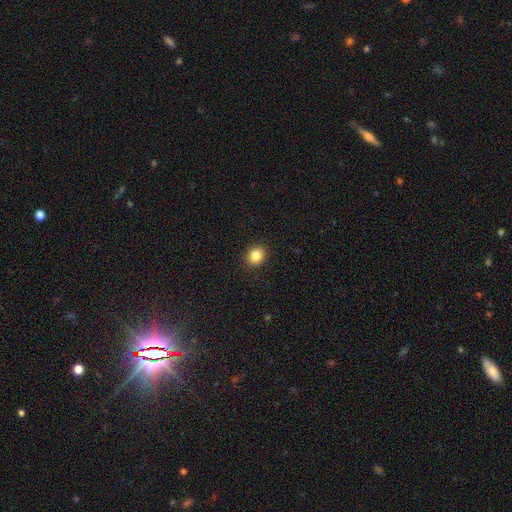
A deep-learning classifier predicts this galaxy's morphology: Q: Smooth or featured?
A: smooth (85%); runner-up: star or artifact (10%)
Q: How rounded?
A: round (69%); runner-up: in between (30%)
Q: Merging?
A: none (91%); runner-up: minor disturbance (6%)